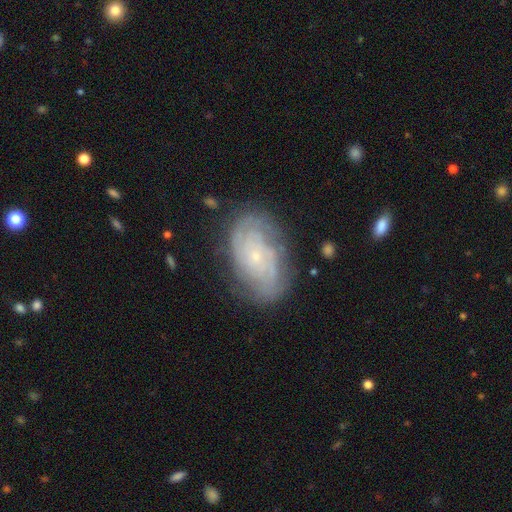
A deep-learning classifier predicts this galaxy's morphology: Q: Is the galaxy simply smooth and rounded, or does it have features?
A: featured or disk — 82%.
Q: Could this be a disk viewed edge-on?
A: no — 96%.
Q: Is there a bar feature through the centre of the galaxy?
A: no — 77%.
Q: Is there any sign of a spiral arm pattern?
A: yes — 94%.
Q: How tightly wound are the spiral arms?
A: tight — 67%.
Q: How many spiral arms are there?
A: can't tell — 34%.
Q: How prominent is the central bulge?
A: small — 83%.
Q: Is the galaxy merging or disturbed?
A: none — 75%.